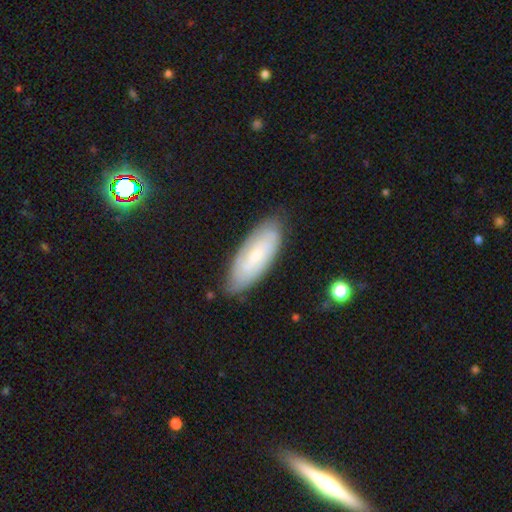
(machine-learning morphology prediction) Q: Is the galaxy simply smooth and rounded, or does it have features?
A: featured or disk — 52%.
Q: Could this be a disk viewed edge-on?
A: no — 86%.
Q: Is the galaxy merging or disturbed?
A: none — 78%.